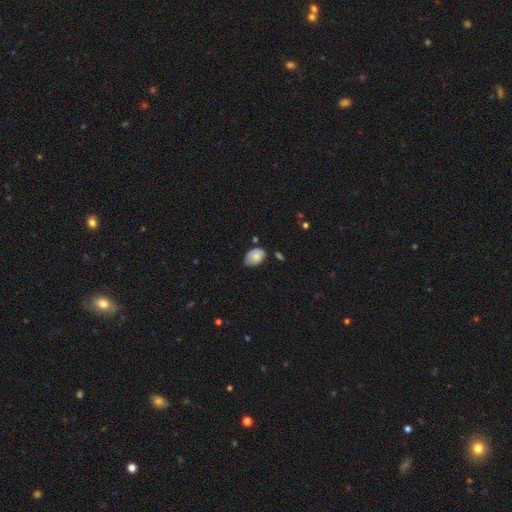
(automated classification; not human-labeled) Overall: smooth (79%). How rounded: in between (87%). Merging: none (50%; minor disturbance 39%).